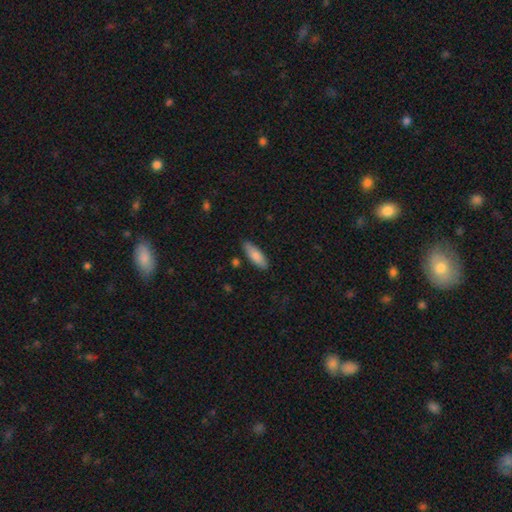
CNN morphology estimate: This is clearly a smooth galaxy (83%). How rounded: possibly in between (56%). Merging: clearly none (84%).